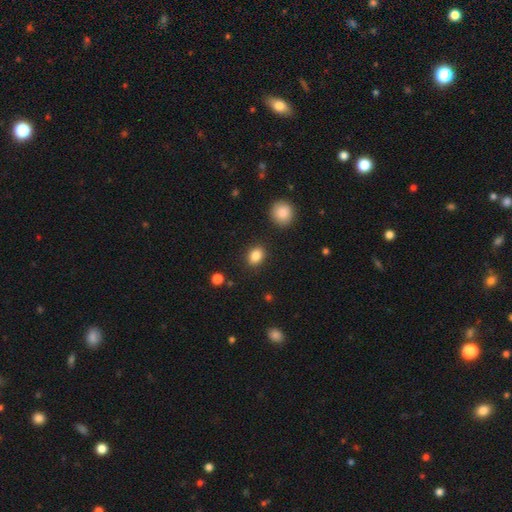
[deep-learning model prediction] Smooth or featured: smooth — 86% (star or artifact — 9%)
How rounded: in between — 62% (round — 37%)
Merging: none — 87% (minor disturbance — 8%)